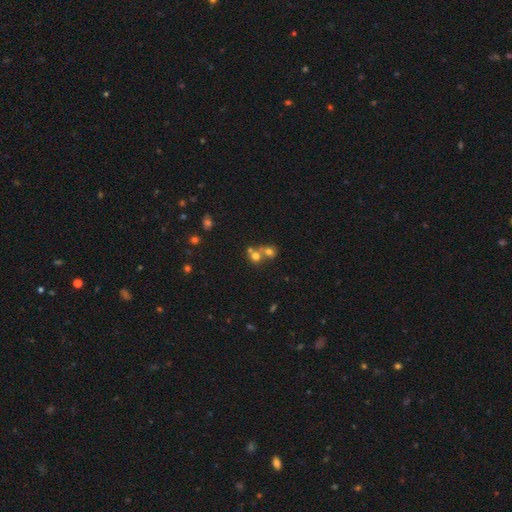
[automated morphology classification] smooth_or_featured: smooth (p=0.65) [alt: star or artifact p=0.18]
how_rounded: round (p=0.79) [alt: in between p=0.20]
merging: merger (p=0.56) [alt: none p=0.35]